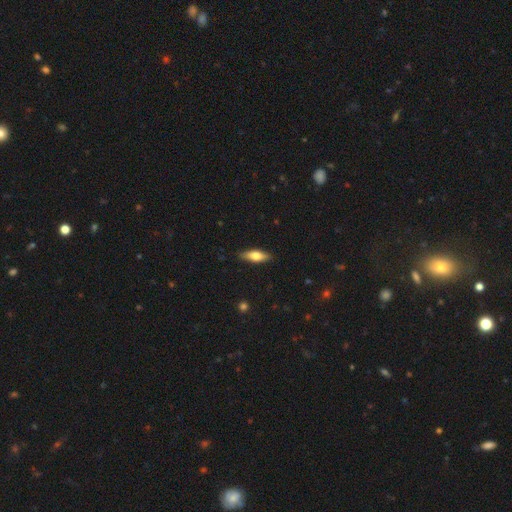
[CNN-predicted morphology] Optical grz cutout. It shows a smooth galaxy with no disk features (62%) that is in between round and cigar-shaped (57%). Merging: none (87%).